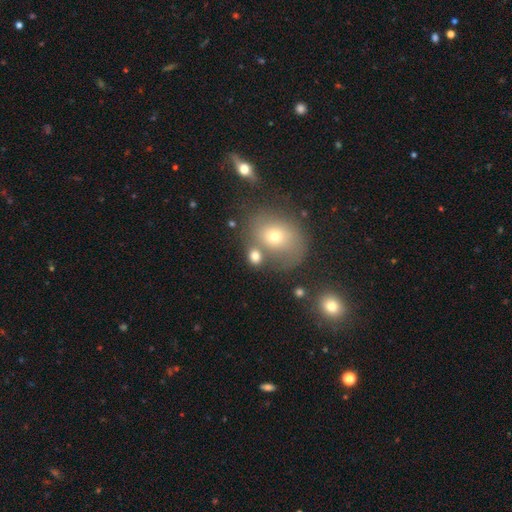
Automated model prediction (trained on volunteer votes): Morphology: type=smooth (63%); roundness=round (55%); merging=none (54%).